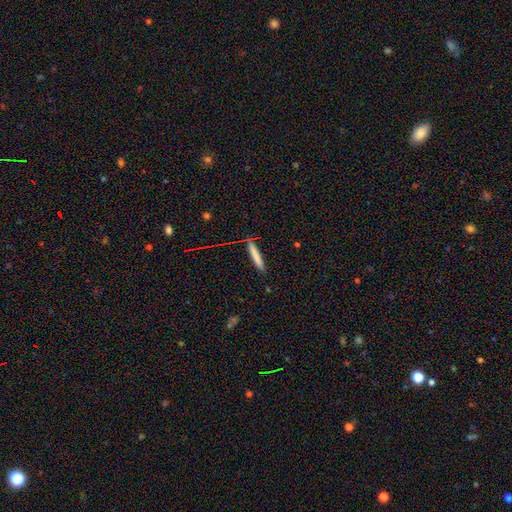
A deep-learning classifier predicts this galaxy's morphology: The model was most divided on "smooth or featured": smooth: 77%, featured or disk: 15%, star or artifact: 7%. More confident: how rounded — cigar-shaped (94%); merging — none (85%).